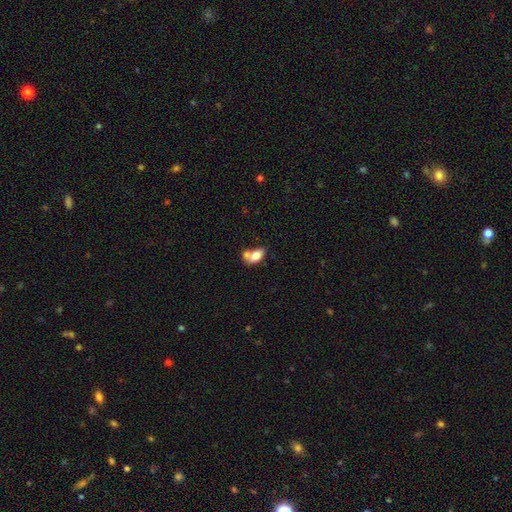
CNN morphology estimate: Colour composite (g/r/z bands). It shows a smooth galaxy with no disk features (75%) that is in between round and cigar-shaped (89%). Merging: merger (49%).